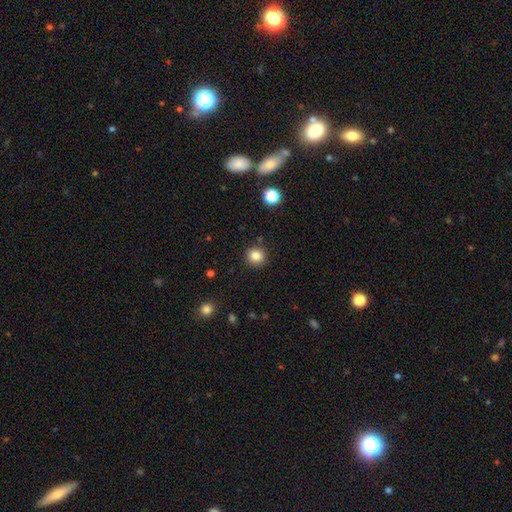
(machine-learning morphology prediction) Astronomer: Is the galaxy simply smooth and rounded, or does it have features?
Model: smooth — 84%.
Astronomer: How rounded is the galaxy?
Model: round — 93%.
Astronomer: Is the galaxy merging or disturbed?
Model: none — 90%.